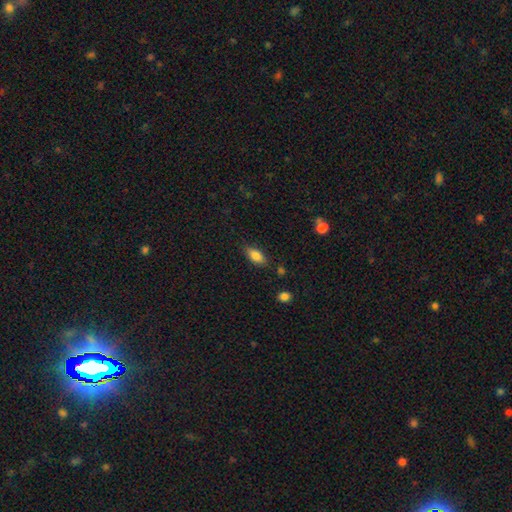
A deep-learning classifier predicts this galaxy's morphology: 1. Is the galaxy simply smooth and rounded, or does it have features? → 81% smooth, 11% featured or disk, 8% star or artifact.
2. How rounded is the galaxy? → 86% in between, 10% cigar-shaped, 4% round.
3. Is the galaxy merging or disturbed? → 79% none, 15% minor disturbance, 3% major disturbance, 2% merger.